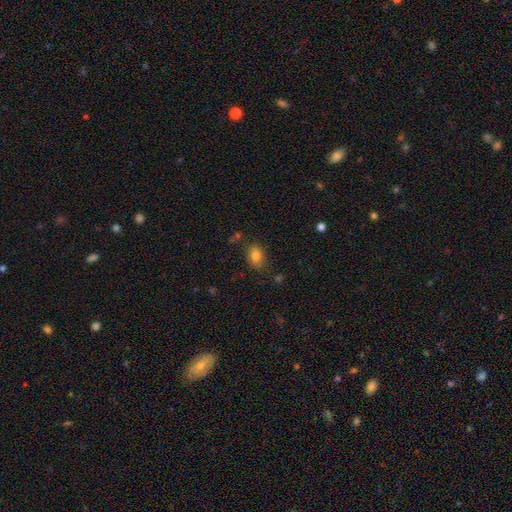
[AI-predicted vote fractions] A smooth galaxy with no disk features (82%) that is in between round and cigar-shaped (79%).

Vote fractions:
- Smooth or featured? smooth: 82% / star or artifact: 10% / featured or disk: 8%
- How rounded? in between: 79% / round: 20% / cigar-shaped: 2%
- Merging? none: 78% / minor disturbance: 14% / major disturbance: 4% / merger: 3%